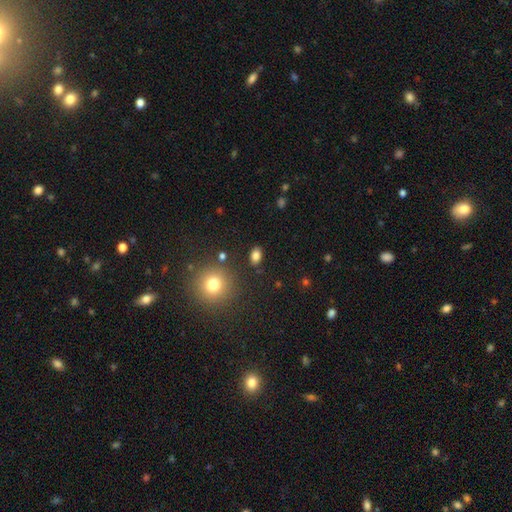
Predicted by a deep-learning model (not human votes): smooth-or-featured: smooth: 82% | star or artifact: 12% | featured or disk: 6%
  how-rounded: in between: 77% | round: 21% | cigar-shaped: 2%
  merging: none: 86% | minor disturbance: 9% | major disturbance: 3% | merger: 2%